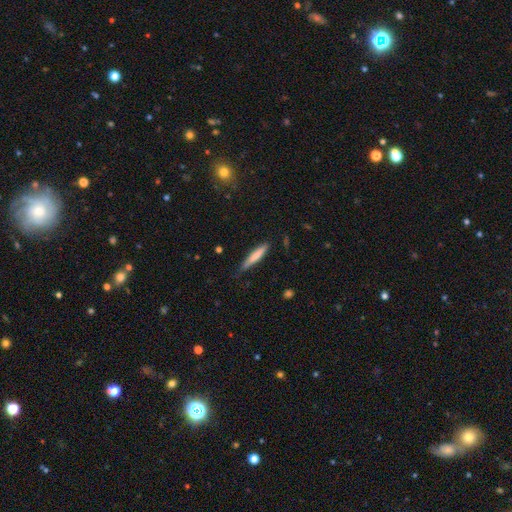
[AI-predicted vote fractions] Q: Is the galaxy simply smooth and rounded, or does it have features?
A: smooth — 73%.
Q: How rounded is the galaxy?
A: cigar-shaped — 90%.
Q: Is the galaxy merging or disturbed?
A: none — 73%.